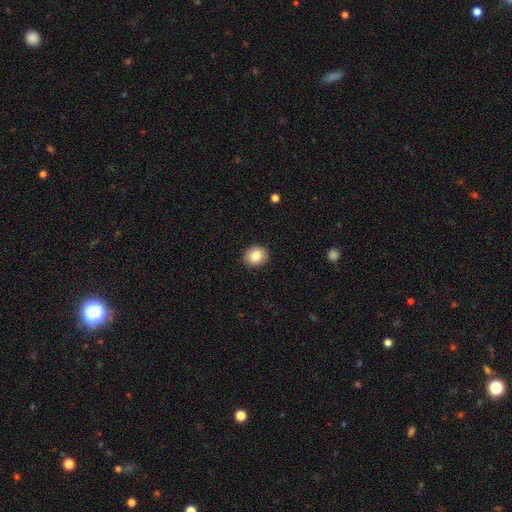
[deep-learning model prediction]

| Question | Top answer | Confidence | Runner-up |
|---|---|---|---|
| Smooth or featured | smooth | 85% | star or artifact (9%) |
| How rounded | round | 73% | in between (26%) |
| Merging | none | 91% | minor disturbance (6%) |